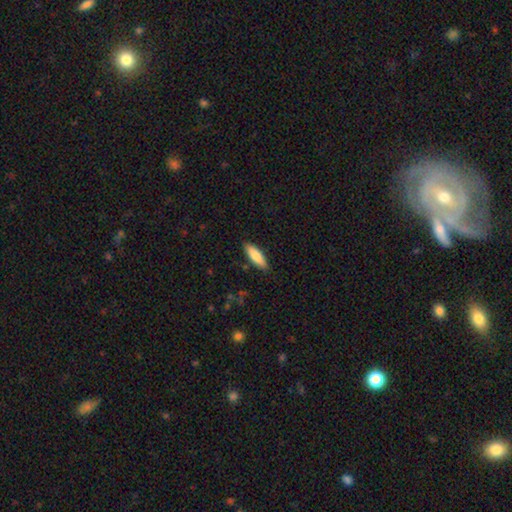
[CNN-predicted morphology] This is clearly a smooth galaxy (83%). How rounded: possibly in between (52%). Merging: clearly none (88%).